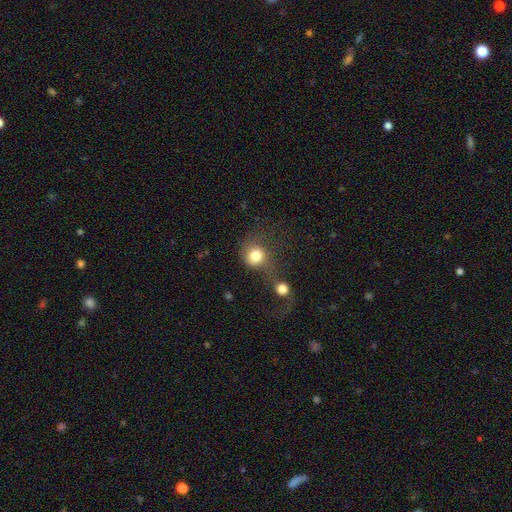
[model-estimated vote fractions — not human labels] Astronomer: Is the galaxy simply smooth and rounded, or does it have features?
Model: smooth — 79%.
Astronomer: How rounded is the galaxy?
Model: round — 85%.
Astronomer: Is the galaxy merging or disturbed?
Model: none — 35% (runner-up: merger, 32%).